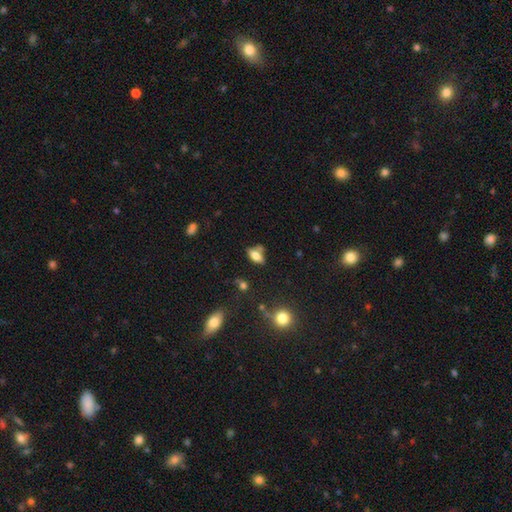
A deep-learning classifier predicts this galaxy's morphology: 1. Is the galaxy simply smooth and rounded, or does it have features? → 66% smooth, 23% featured or disk, 11% star or artifact.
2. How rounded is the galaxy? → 82% in between, 12% cigar-shaped, 6% round.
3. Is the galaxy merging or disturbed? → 56% none, 21% merger, 17% minor disturbance, 7% major disturbance.